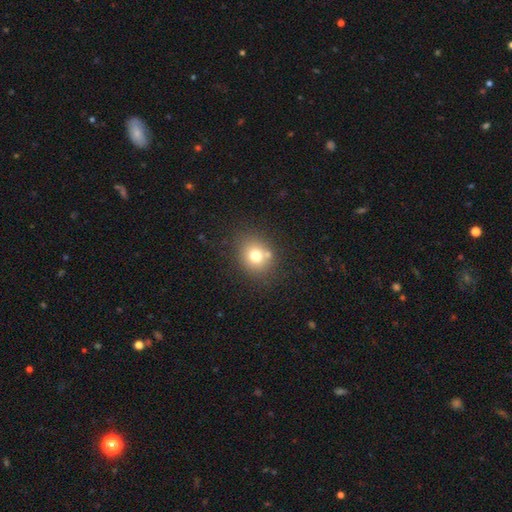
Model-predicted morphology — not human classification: This appears to be a smooth galaxy with no disk features (73%) that is round (67%). Merging: none (71%).